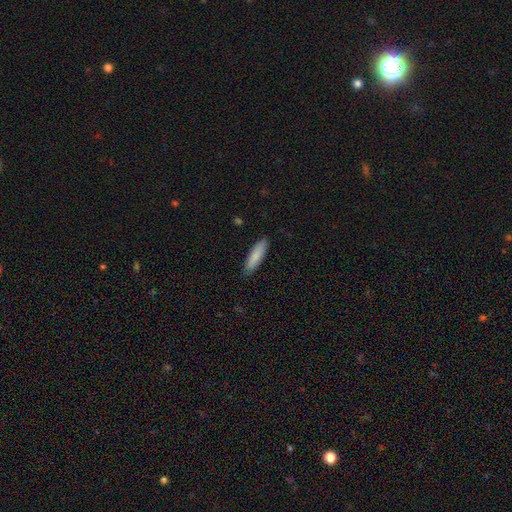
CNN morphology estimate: smooth-or-featured: smooth: 86% | featured or disk: 9% | star or artifact: 5%
  how-rounded: cigar-shaped: 63% | in between: 36% | round: 1%
  merging: none: 87% | minor disturbance: 11% | major disturbance: 2% | merger: 1%